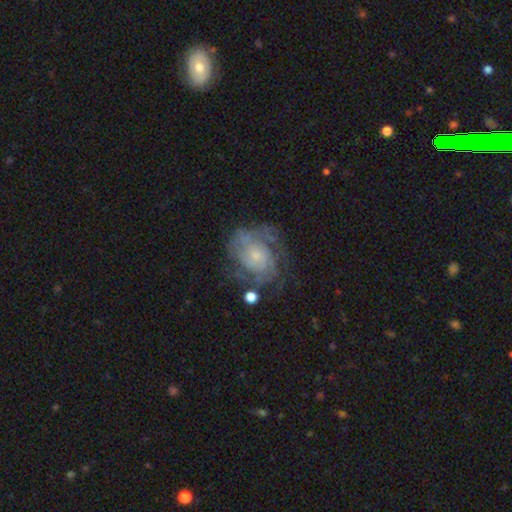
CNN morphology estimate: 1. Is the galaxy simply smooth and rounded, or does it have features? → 77% featured or disk, 16% smooth, 7% star or artifact.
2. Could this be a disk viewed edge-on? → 98% no, 2% yes.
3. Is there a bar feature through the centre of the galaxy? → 77% no, 20% weak, 3% strong.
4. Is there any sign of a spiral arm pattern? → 87% yes, 13% no.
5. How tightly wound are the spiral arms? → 57% tight, 32% medium, 11% loose.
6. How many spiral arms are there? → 45% can't tell, 22% 2, 15% 3, 8% 4, 6% 1, 5% more than 4.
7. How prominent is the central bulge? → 65% small, 24% moderate, 6% none, 3% large, 1% dominant.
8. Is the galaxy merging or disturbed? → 60% none, 20% minor disturbance, 16% major disturbance, 4% merger.